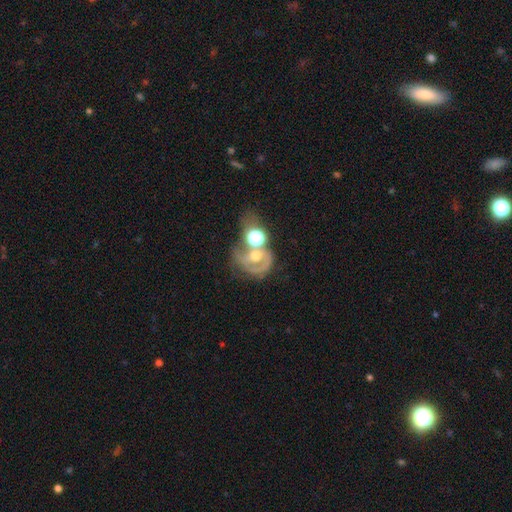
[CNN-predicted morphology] smooth_or_featured: featured or disk (p=0.56) [alt: smooth p=0.30]
disk_edge_on: no (p=0.96) [alt: yes p=0.04]
bar: no (p=0.66) [alt: weak p=0.24]
has_spiral_arms: yes (p=0.55) [alt: no p=0.45]
bulge_size: moderate (p=0.61) [alt: small p=0.17]
merging: merger (p=0.37) [alt: none p=0.29]